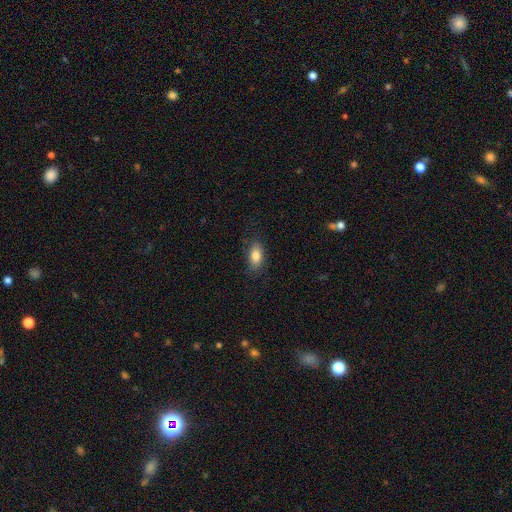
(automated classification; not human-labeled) Smooth or featured: smooth — 83% (featured or disk — 9%)
How rounded: in between — 88% (cigar-shaped — 7%)
Merging: none — 81% (minor disturbance — 14%)